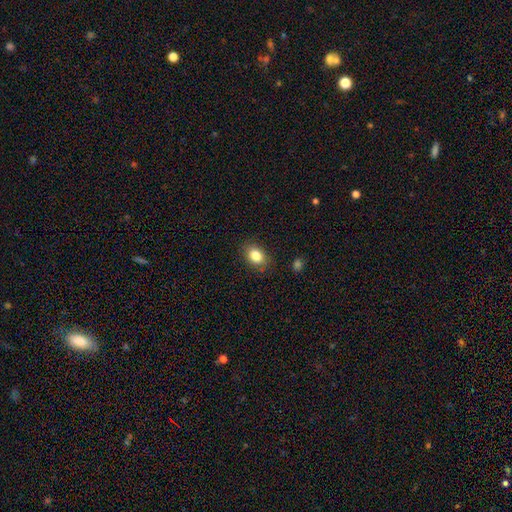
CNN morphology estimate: type=smooth (84%); roundness=in between (68%); merging=none (84%).